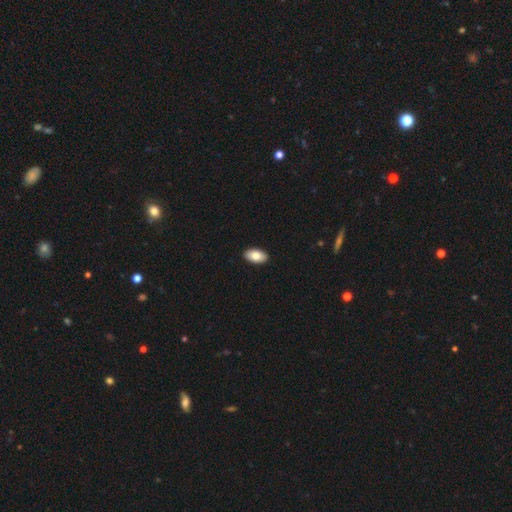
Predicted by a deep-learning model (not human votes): Smooth or featured?
  - smooth: 83% *
  - featured or disk: 11%
  - star or artifact: 6%
How rounded?
  - in between: 95% *
  - round: 3%
  - cigar-shaped: 2%
Merging?
  - none: 92% *
  - minor disturbance: 6%
  - major disturbance: 1%
  - merger: 1%